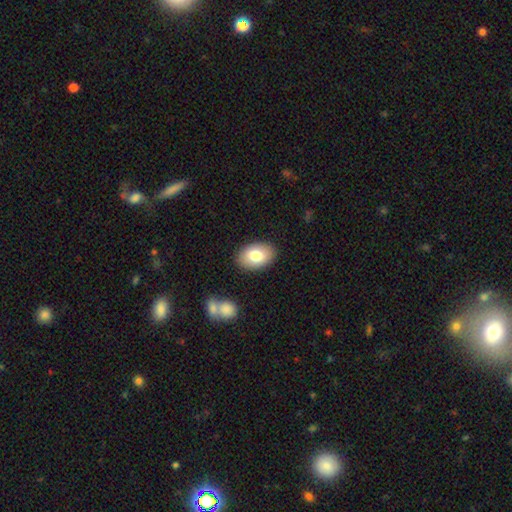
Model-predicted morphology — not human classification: Q: Smooth or featured?
A: smooth (79%); runner-up: featured or disk (14%)
Q: How rounded?
A: in between (89%); runner-up: round (10%)
Q: Merging?
A: none (87%); runner-up: minor disturbance (9%)